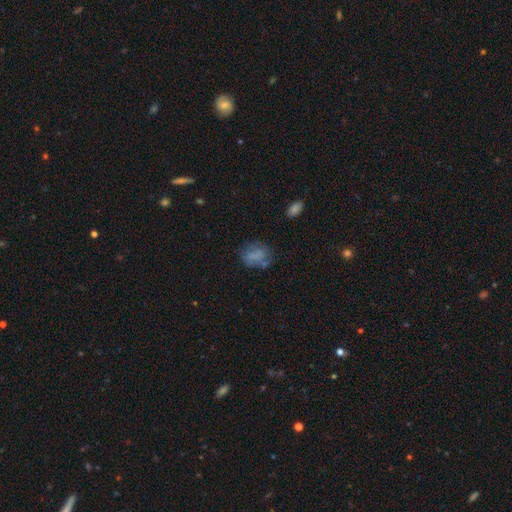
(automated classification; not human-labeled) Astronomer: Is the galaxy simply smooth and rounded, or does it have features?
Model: smooth — 65%.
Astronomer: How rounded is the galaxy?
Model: in between — 54% (runner-up: round, 44%).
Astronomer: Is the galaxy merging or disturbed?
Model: none — 57%.